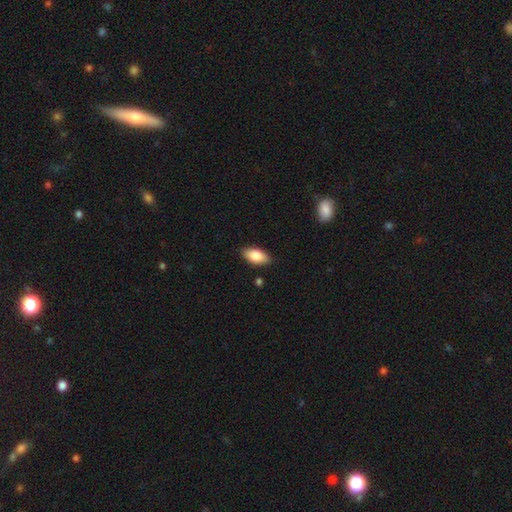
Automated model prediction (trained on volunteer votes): Smooth or featured: smooth — 84% (featured or disk — 9%)
How rounded: in between — 91% (cigar-shaped — 6%)
Merging: none — 85% (minor disturbance — 11%)